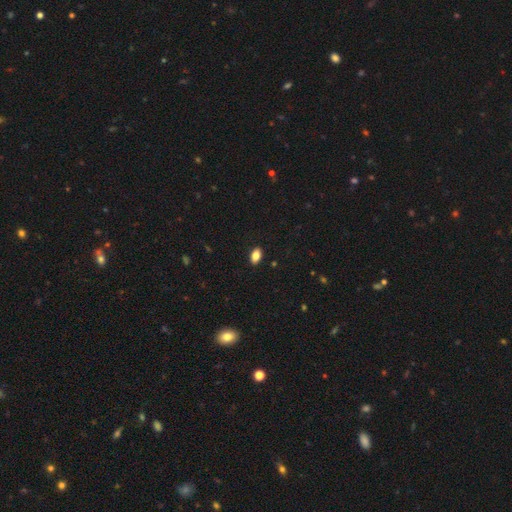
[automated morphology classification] A smooth galaxy with no disk features (84%) that is in between round and cigar-shaped (90%). Merging: none (89%).